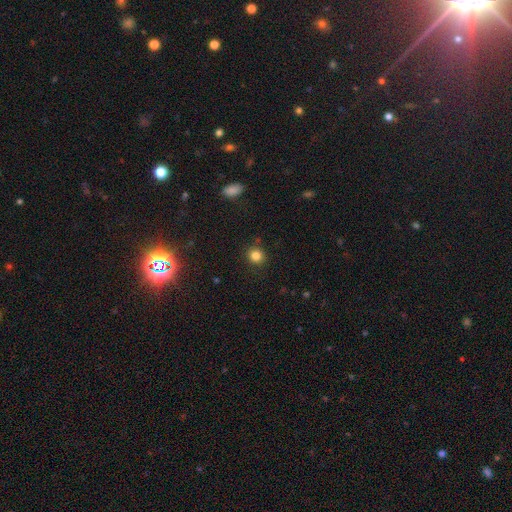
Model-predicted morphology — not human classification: The model was most divided on "smooth or featured": smooth: 83%, star or artifact: 12%, featured or disk: 5%. More confident: how rounded — round (89%); merging — none (89%).